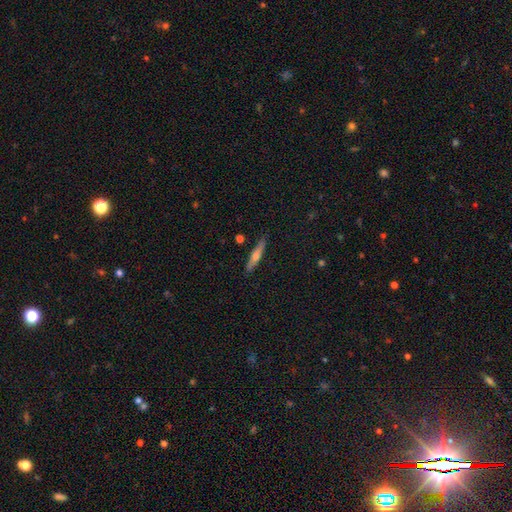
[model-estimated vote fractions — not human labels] The model was most divided on "smooth or featured": smooth: 47%, featured or disk: 46%, star or artifact: 7%. More confident: merging — none (87%).